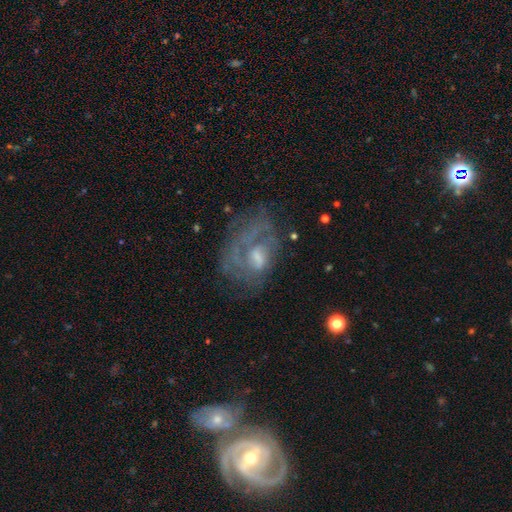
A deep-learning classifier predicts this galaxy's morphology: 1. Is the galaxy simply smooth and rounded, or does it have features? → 66% featured or disk, 22% smooth, 12% star or artifact.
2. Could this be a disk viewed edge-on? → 96% no, 4% yes.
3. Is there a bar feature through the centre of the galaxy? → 65% no, 30% weak, 5% strong.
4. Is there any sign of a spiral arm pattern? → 55% yes, 45% no.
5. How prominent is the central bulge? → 42% moderate, 32% small, 20% none, 6% large, 1% dominant.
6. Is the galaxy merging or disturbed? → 43% none, 33% major disturbance, 21% minor disturbance, 4% merger.